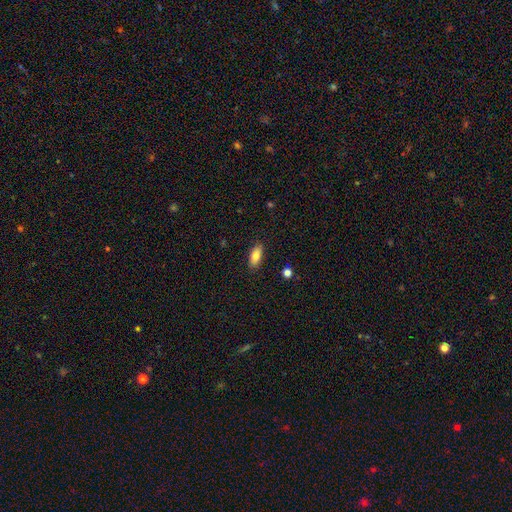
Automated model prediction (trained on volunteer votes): Morphology: type=smooth (80%); roundness=in between (84%); merging=none (87%).